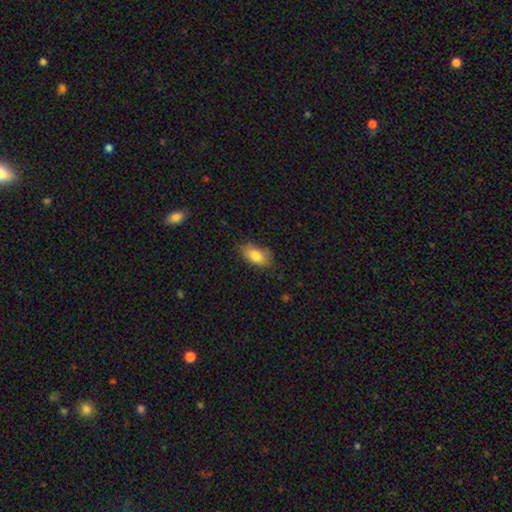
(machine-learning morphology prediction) This appears to be a smooth galaxy with no disk features (82%) that is in between round and cigar-shaped (90%). Merging: none (71%).